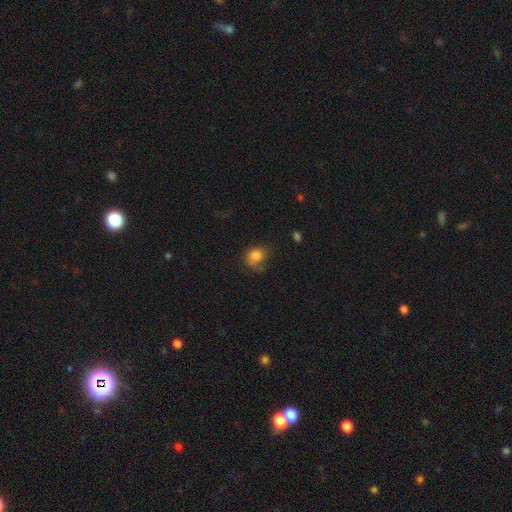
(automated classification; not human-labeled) The model was most divided on "merging": none: 52%, minor disturbance: 30%, major disturbance: 15%, merger: 4%. More confident: smooth or featured — smooth (79%); how rounded — round (62%).